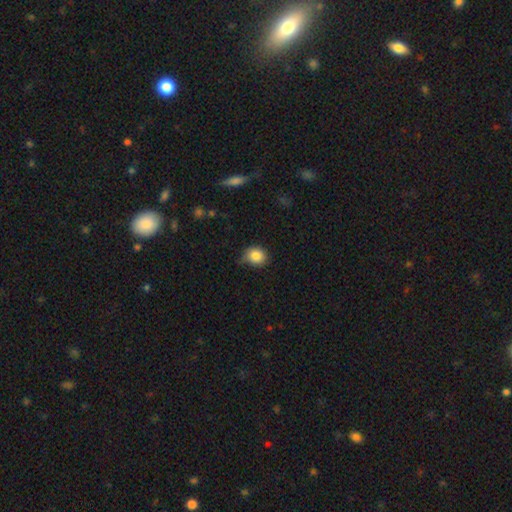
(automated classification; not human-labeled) The model was most divided on "merging": none: 64%, minor disturbance: 29%, major disturbance: 5%, merger: 2%. More confident: smooth or featured — smooth (84%); how rounded — round (76%).